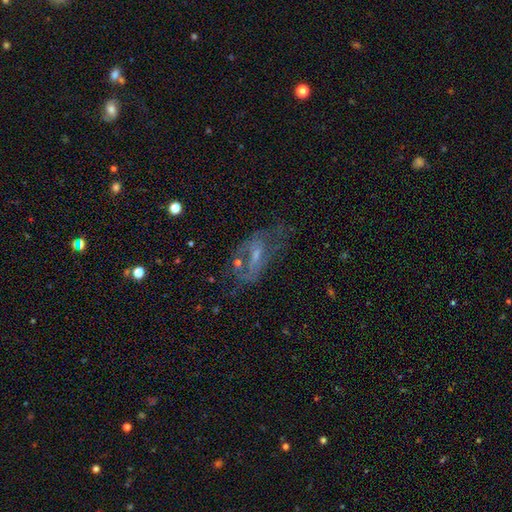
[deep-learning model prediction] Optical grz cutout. It shows a featured or disk galaxy (61%) with no bar (44%), no spiral arms (52%) and a small central bulge (50%). Merging: none (45%).